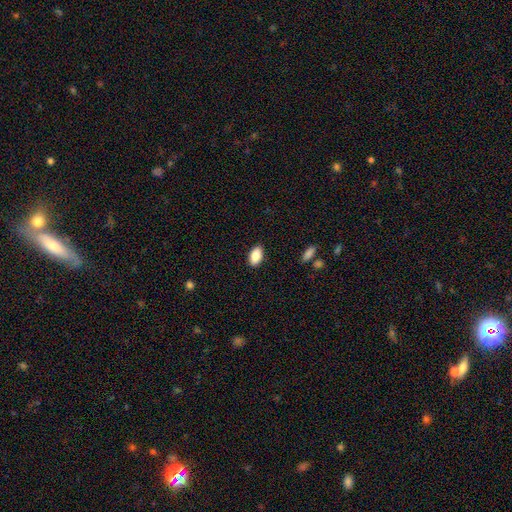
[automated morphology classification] Smooth or featured? smooth (87%)
How rounded? in between (93%)
Merging? none (88%)